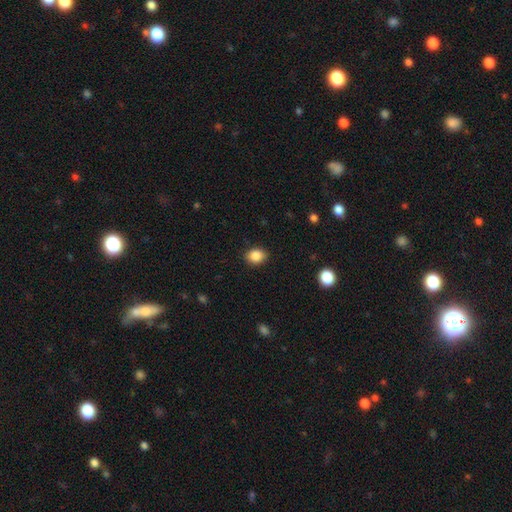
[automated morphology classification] type=smooth (87%); roundness=in between (54%); merging=none (88%).